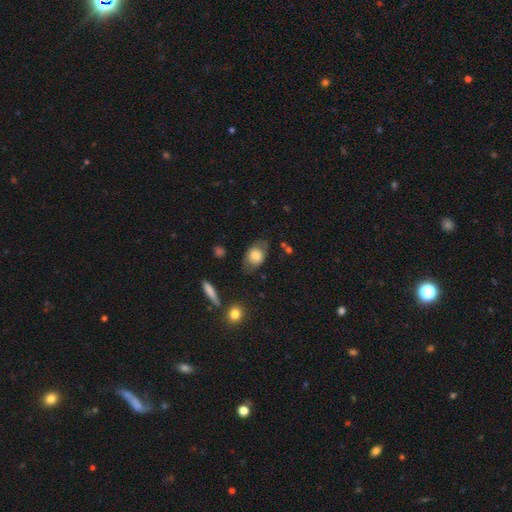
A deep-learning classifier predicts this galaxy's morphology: Smooth or featured: smooth — 73% (featured or disk — 19%)
How rounded: in between — 73% (round — 26%)
Merging: none — 64% (minor disturbance — 24%)